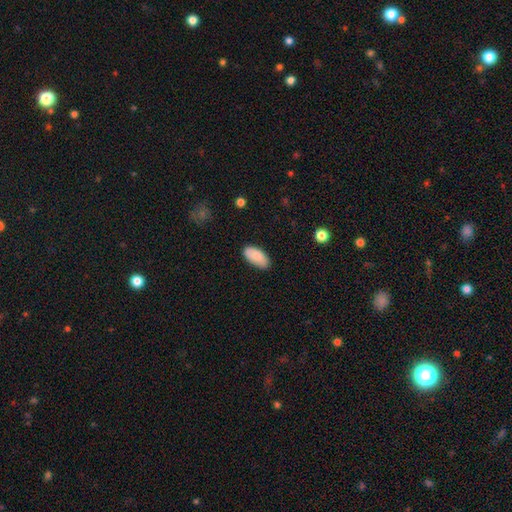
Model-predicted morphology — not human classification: smooth-or-featured: smooth: 86% | featured or disk: 8% | star or artifact: 6%
  how-rounded: in between: 94% | cigar-shaped: 4% | round: 2%
  merging: none: 84% | minor disturbance: 13% | major disturbance: 2% | merger: 1%